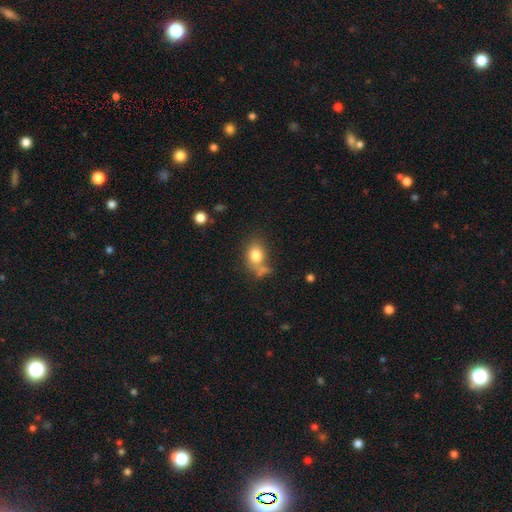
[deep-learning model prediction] Q: Smooth or featured?
A: smooth (79%); runner-up: featured or disk (11%)
Q: How rounded?
A: in between (60%); runner-up: round (38%)
Q: Merging?
A: none (48%); runner-up: minor disturbance (21%)